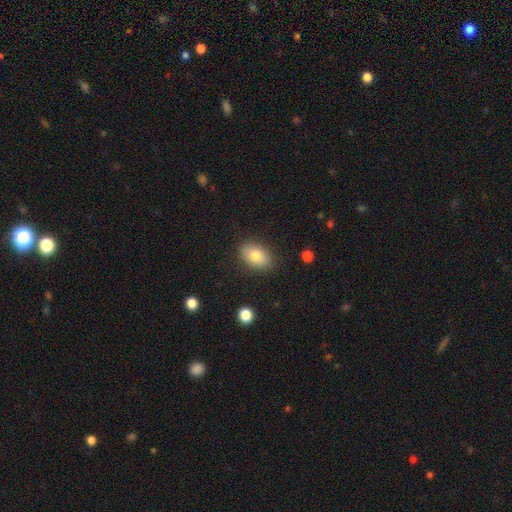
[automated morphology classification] smooth-or-featured: smooth: 80% | featured or disk: 12% | star or artifact: 8%
  how-rounded: in between: 86% | round: 12% | cigar-shaped: 1%
  merging: none: 86% | minor disturbance: 10% | major disturbance: 3% | merger: 1%